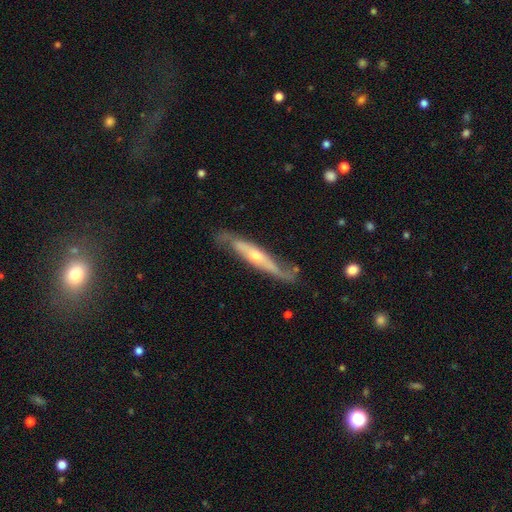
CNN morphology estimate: This appears to be a featured or disk galaxy (72%) viewed edge-on (62%). Merging: none (67%).